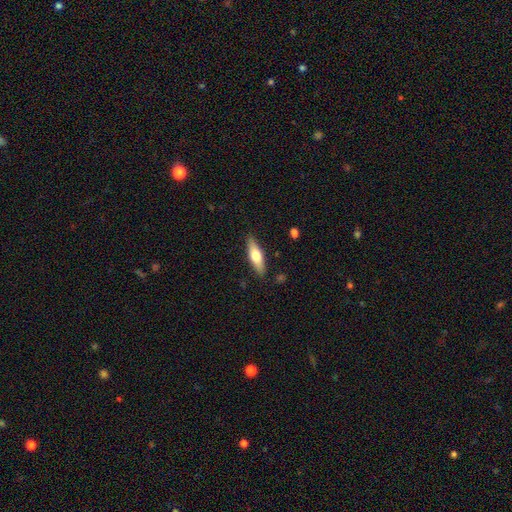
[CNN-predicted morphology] Smooth or featured? smooth (57%)
How rounded? cigar-shaped (55%)
Merging? none (87%)